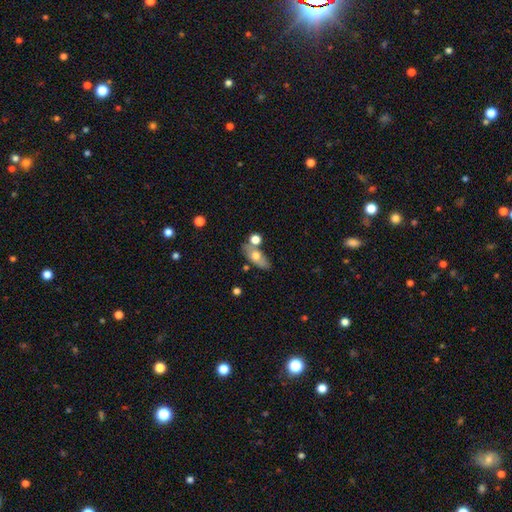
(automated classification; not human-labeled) A smooth galaxy with no disk features (60%) that is in between round and cigar-shaped (77%).

Vote fractions:
- Smooth or featured? smooth: 60% / featured or disk: 33% / star or artifact: 8%
- How rounded? in between: 77% / cigar-shaped: 14% / round: 9%
- Merging? none: 60% / merger: 19% / minor disturbance: 15% / major disturbance: 5%